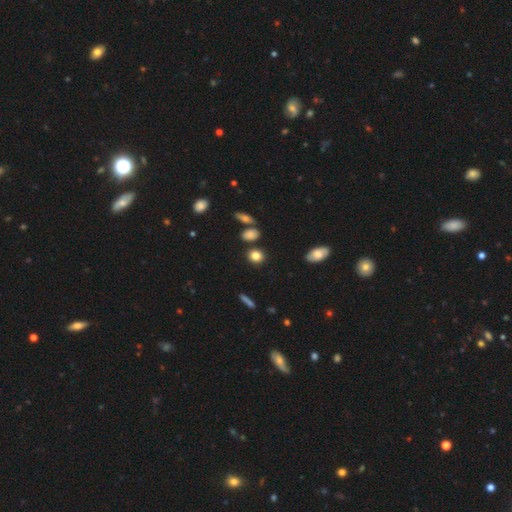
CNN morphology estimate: The model was most divided on "how rounded": round: 65%, in between: 33%, cigar-shaped: 2%. More confident: smooth or featured — smooth (83%); merging — none (82%).